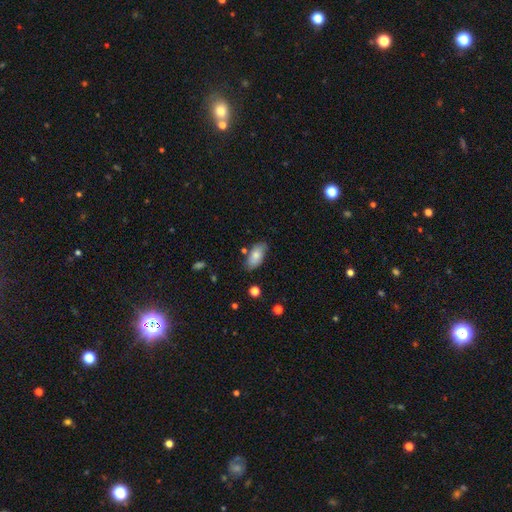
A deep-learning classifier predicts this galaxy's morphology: Overall: smooth (76%). How rounded: in between (92%). Merging: none (76%).